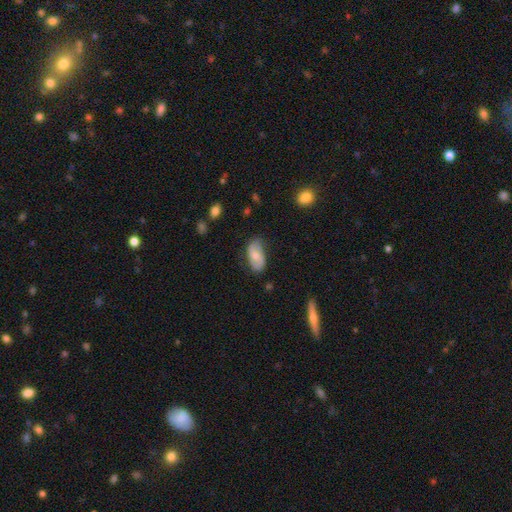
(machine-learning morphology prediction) A smooth galaxy with no disk features (47%, tied with featured or disk).

Vote fractions:
- Smooth or featured? smooth: 47% (tied) / featured or disk: 47% (tied) / star or artifact: 6%
- Merging? none: 71% / minor disturbance: 22% / major disturbance: 5% / merger: 2%